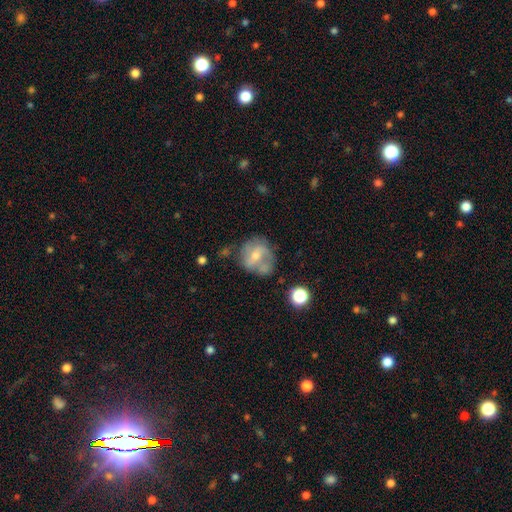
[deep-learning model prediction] Smooth or featured? Predicted: featured or disk (p=0.48). Merging? Predicted: none (p=0.48).